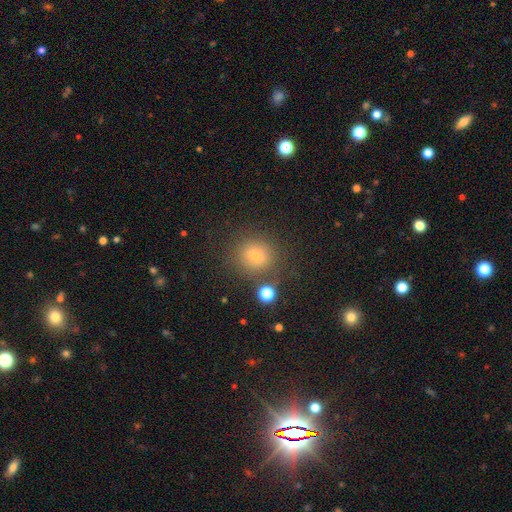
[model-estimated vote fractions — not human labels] The model was most divided on "smooth or featured": smooth: 71%, star or artifact: 19%, featured or disk: 10%. More confident: how rounded — round (89%); merging — none (81%).